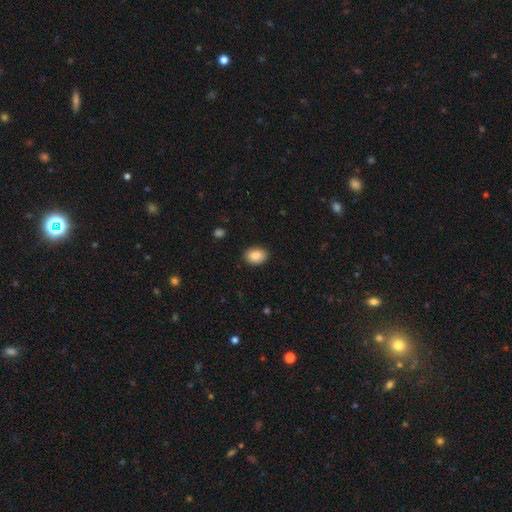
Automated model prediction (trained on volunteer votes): Smooth or featured? Predicted: smooth (p=0.88). How rounded? Predicted: in between (p=0.73). Merging? Predicted: none (p=0.88).